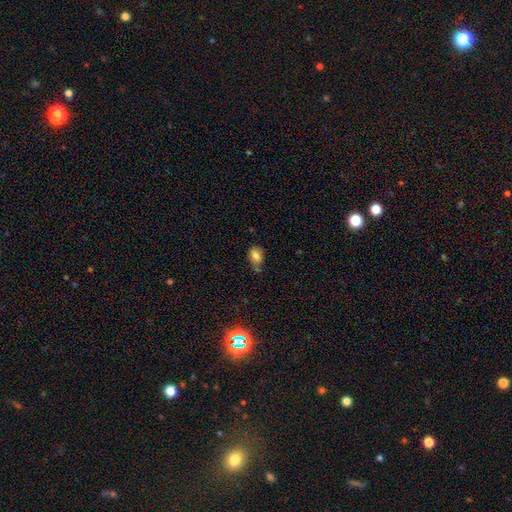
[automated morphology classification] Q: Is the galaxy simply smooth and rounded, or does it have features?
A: smooth — 78%.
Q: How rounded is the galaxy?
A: in between — 78%.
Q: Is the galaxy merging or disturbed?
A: none — 53%.